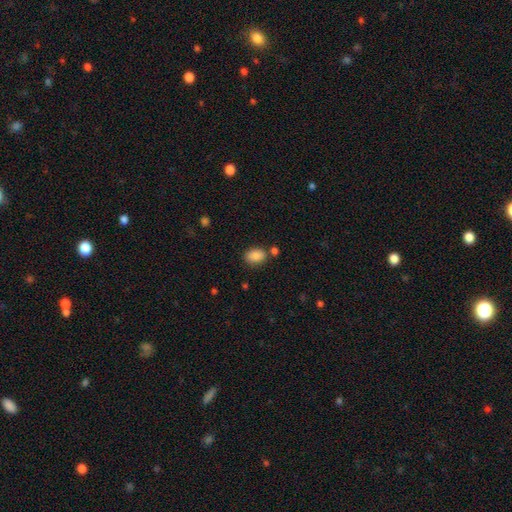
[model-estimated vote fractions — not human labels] smooth-or-featured: smooth: 86% | star or artifact: 8% | featured or disk: 5%
  how-rounded: in between: 78% | round: 20% | cigar-shaped: 1%
  merging: none: 75% | minor disturbance: 13% | merger: 9% | major disturbance: 3%